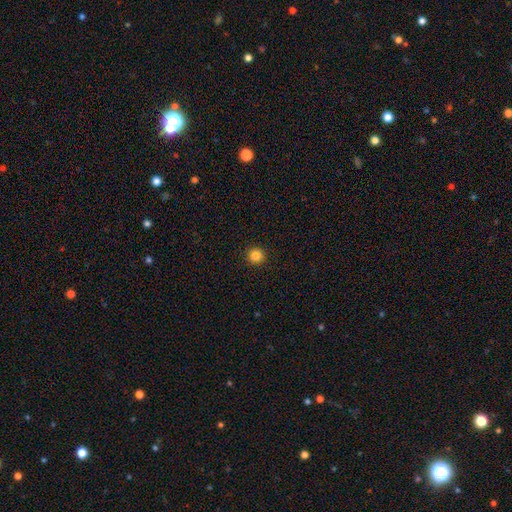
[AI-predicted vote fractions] This is clearly a smooth galaxy (85%). How rounded: clearly round (95%). Merging: clearly none (93%).